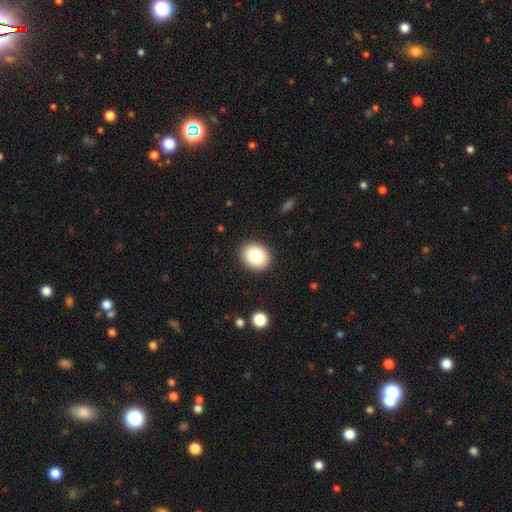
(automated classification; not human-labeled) Morphology: type=smooth (82%); roundness=round (55%); merging=none (90%).